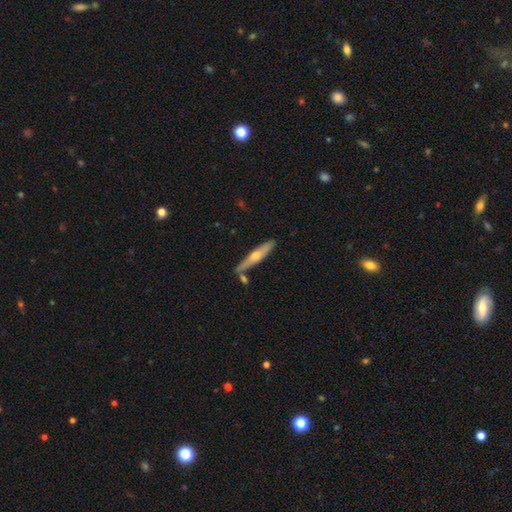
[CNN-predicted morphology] This appears to be a featured or disk galaxy (60%) viewed edge-on (92%) with a rounded central bulge (90%). Merging: none (78%).